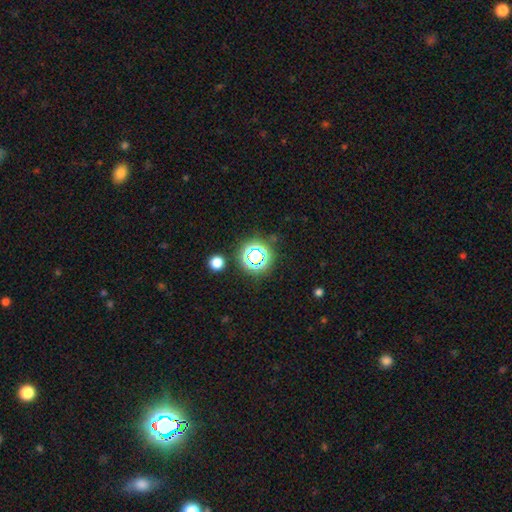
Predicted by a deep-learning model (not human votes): A star or artifact, not a galaxy (66%).

Vote fractions:
- Smooth or featured? star or artifact: 66% / smooth: 24% / featured or disk: 9%